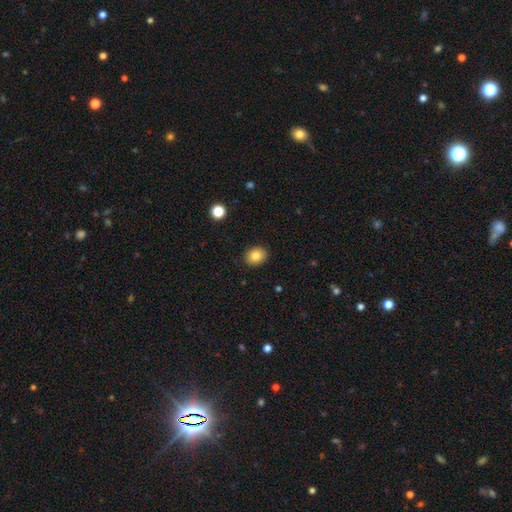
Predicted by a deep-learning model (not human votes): Smooth or featured?
  - smooth: 82% *
  - star or artifact: 9%
  - featured or disk: 8%
How rounded?
  - round: 53% *
  - in between: 46%
  - cigar-shaped: 1%
Merging?
  - none: 90% *
  - minor disturbance: 7%
  - major disturbance: 2%
  - merger: 1%